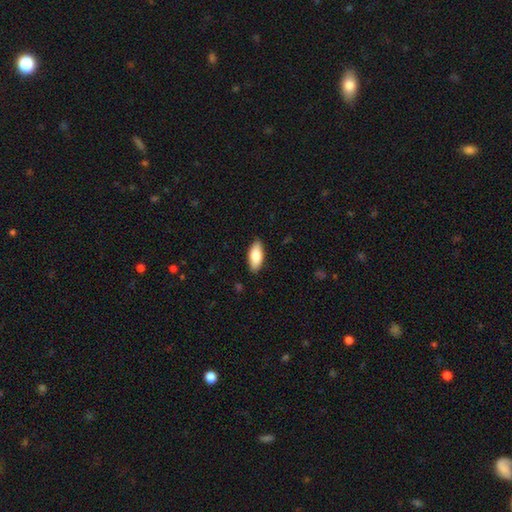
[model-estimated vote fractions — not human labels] smooth-or-featured: smooth: 82% | featured or disk: 12% | star or artifact: 6%
  how-rounded: in between: 86% | cigar-shaped: 12% | round: 2%
  merging: none: 88% | minor disturbance: 9% | major disturbance: 2% | merger: 1%